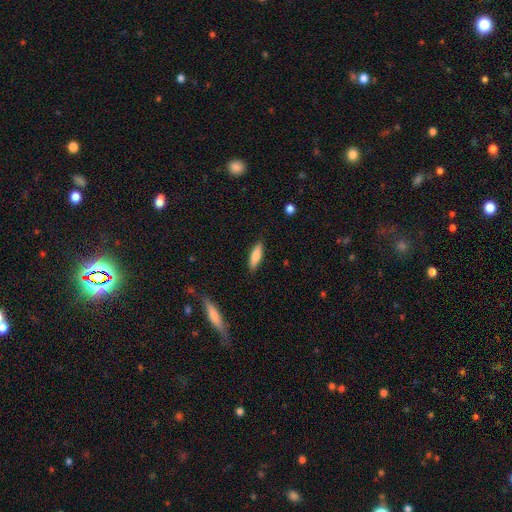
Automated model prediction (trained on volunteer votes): Smooth or featured? Predicted: smooth (p=0.74). How rounded? Predicted: cigar-shaped (p=0.57). Merging? Predicted: none (p=0.86).